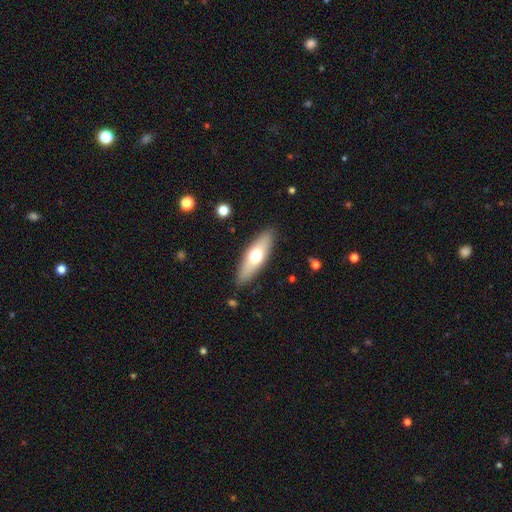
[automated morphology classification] Q: Smooth or featured?
A: smooth (59%); runner-up: featured or disk (36%)
Q: How rounded?
A: in between (53%); runner-up: cigar-shaped (45%)
Q: Merging?
A: none (88%); runner-up: minor disturbance (8%)